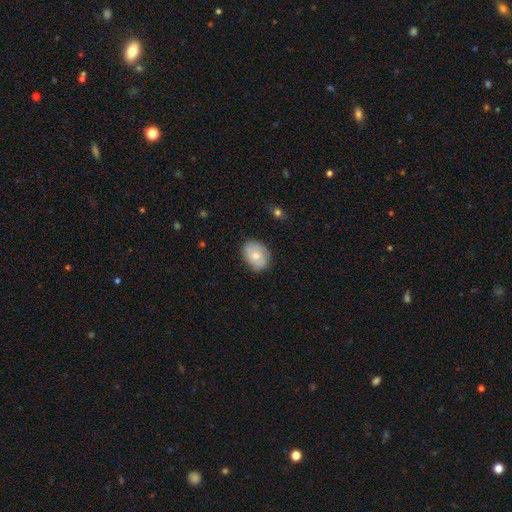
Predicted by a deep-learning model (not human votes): The model was most divided on "how rounded": in between: 61%, round: 38%, cigar-shaped: 1%. More confident: merging — none (75%); smooth or featured — smooth (70%).